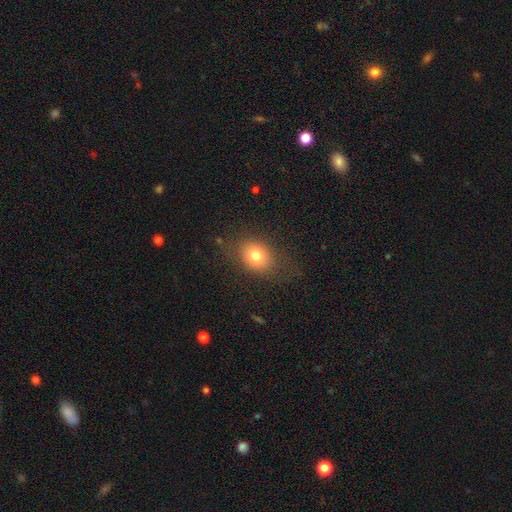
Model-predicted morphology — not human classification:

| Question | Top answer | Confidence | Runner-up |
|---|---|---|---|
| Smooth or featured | smooth | 76% | featured or disk (12%) |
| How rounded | round | 51% | in between (48%) |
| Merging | none | 74% | minor disturbance (16%) |